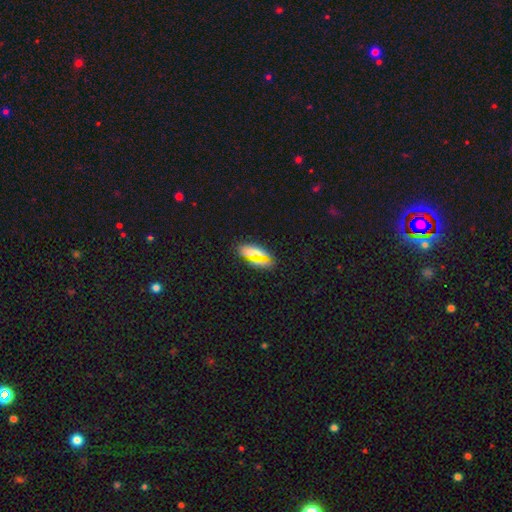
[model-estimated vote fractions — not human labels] The model was most divided on "smooth or featured": smooth: 66%, featured or disk: 19%, star or artifact: 16%. More confident: merging — none (79%); how rounded — in between (78%).